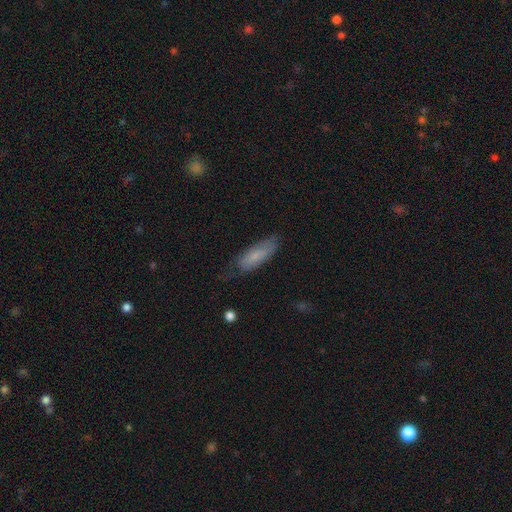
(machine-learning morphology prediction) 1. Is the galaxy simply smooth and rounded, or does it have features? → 71% smooth, 23% featured or disk, 6% star or artifact.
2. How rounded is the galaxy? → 57% in between, 41% cigar-shaped, 2% round.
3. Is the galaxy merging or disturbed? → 61% none, 28% minor disturbance, 9% major disturbance, 2% merger.